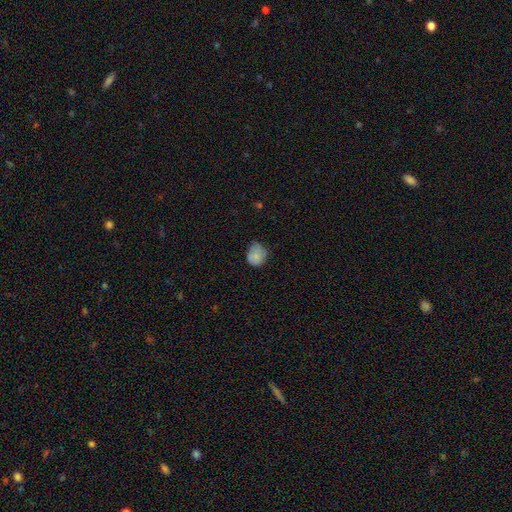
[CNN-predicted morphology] A smooth galaxy with no disk features (81%) that is round (68%). Merging: none (55%).